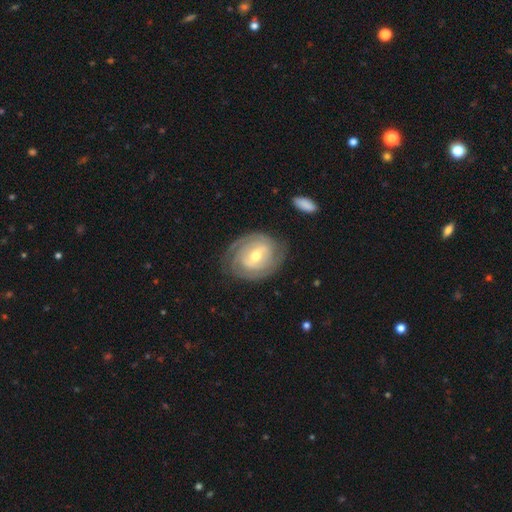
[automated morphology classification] smooth-or-featured: featured or disk: 81% | smooth: 14% | star or artifact: 5%
  disk-edge-on: no: 96% | yes: 4%
    bar: weak: 49% | no: 26% | strong: 24%
    has-spiral-arms: yes: 90% | no: 10%
      spiral-winding: tight: 72% | medium: 22% | loose: 6%
      spiral-arm-count: 2: 45% | can't tell: 30% | 3: 12% | 1: 5% | 4: 4% | more than 4: 3%
    bulge-size: moderate: 58% | small: 37% | large: 3% | none: 1% | dominant: 1%
  merging: none: 77% | minor disturbance: 15% | major disturbance: 6% | merger: 2%